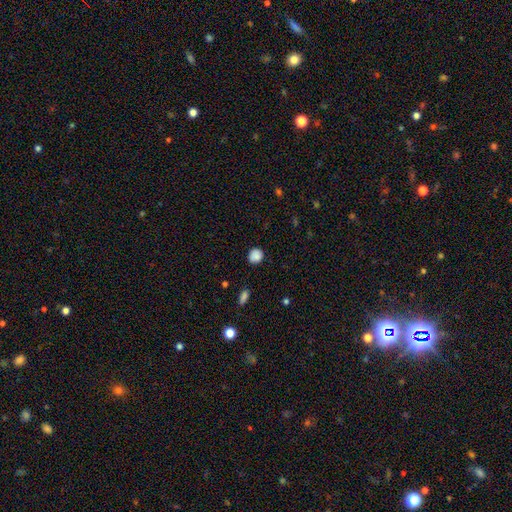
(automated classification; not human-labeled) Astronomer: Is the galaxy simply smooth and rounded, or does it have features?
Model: smooth — 86%.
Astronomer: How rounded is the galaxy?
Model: round — 83%.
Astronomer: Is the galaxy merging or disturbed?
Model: none — 84%.